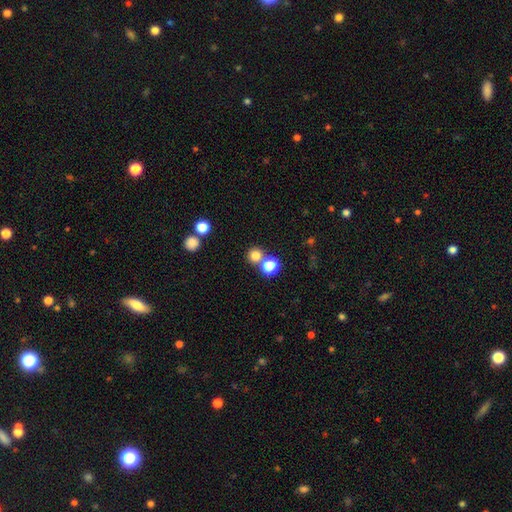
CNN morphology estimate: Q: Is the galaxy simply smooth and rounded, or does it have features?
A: smooth — 77%.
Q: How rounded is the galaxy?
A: round — 92%.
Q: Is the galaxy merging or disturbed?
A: none — 70%.